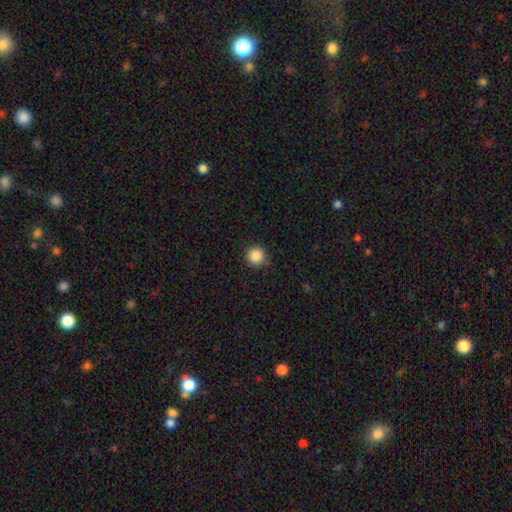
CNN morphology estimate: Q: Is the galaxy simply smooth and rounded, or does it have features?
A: smooth — 87%.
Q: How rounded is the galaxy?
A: round — 95%.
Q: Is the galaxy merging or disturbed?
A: none — 89%.